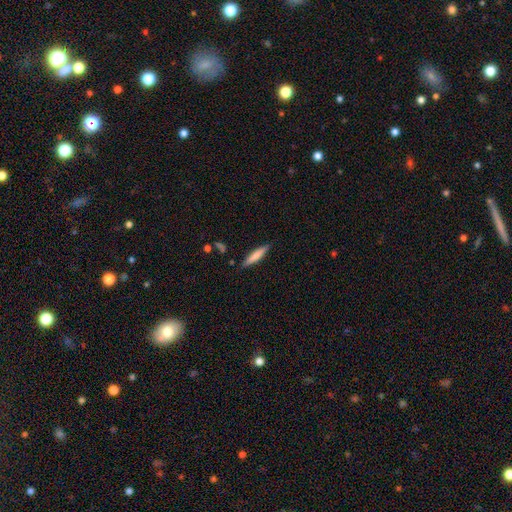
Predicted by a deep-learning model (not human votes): This is likely a smooth galaxy (73%). How rounded: clearly cigar-shaped (87%). Merging: clearly none (87%).